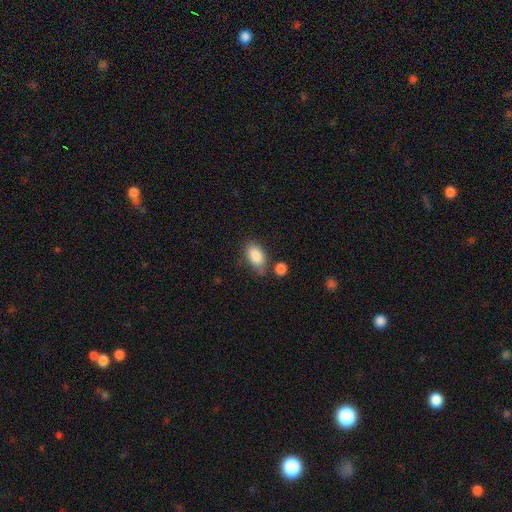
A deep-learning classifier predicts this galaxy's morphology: smooth 87%, star or artifact 7%, featured or disk 6%. Down the decision tree: how rounded — in between (90%); merging — none (61%).